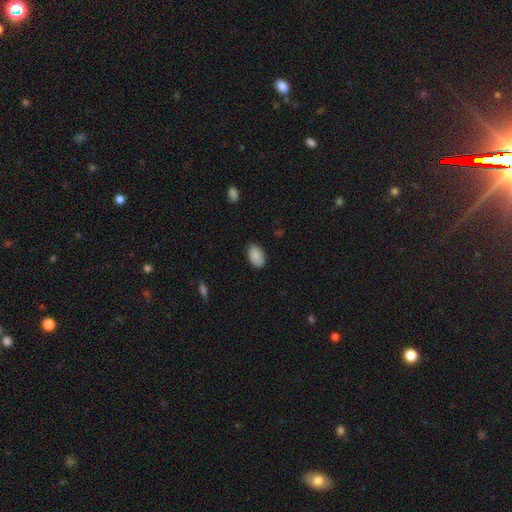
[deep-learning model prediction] Smooth or featured: smooth — 89% (star or artifact — 7%)
How rounded: in between — 92% (round — 7%)
Merging: none — 83% (minor disturbance — 14%)